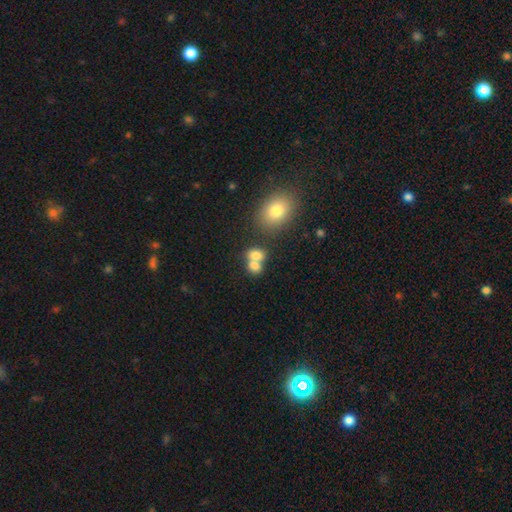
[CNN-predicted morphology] smooth 76%, featured or disk 13%, star or artifact 11%. Down the decision tree: how rounded — in between (59%); merging — merger (60%).